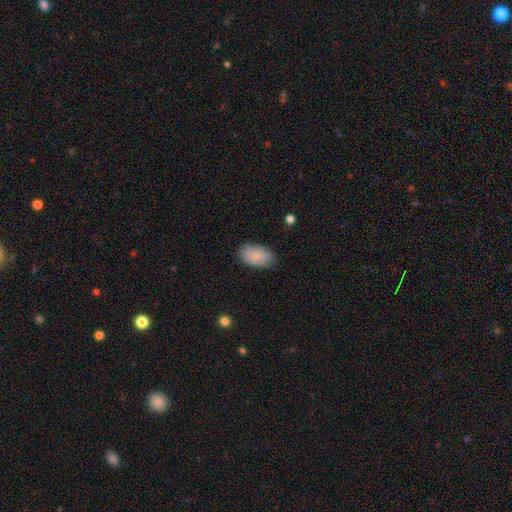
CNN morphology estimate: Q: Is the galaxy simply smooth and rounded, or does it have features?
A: smooth — 83%.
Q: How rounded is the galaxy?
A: in between — 93%.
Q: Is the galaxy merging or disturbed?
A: none — 83%.